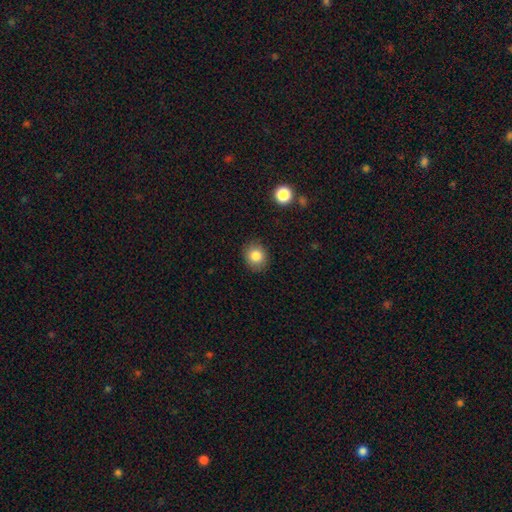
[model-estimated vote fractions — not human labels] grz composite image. It shows a smooth galaxy with no disk features (84%) that is round (75%). Merging: none (88%).